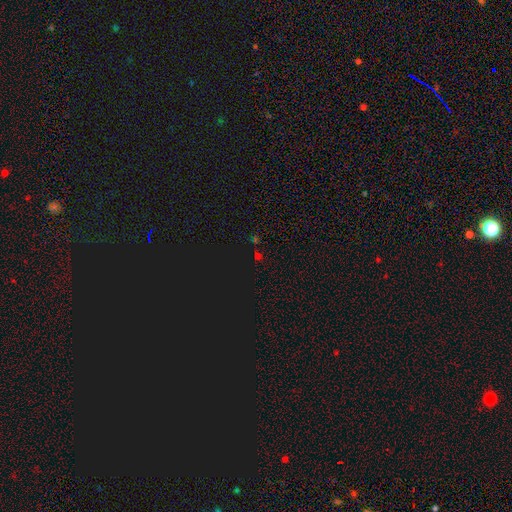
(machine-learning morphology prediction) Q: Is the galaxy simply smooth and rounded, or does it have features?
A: star or artifact — 67%.